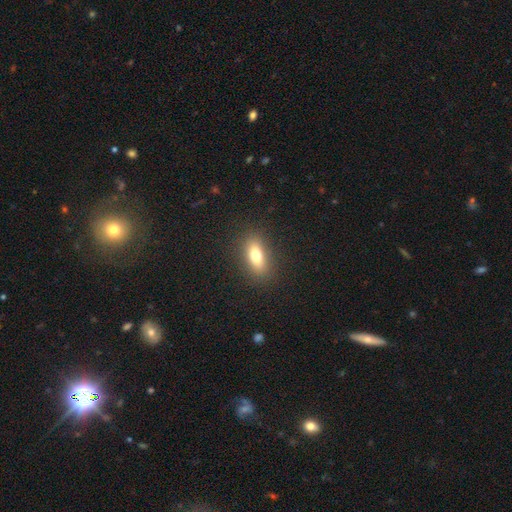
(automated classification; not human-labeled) Q: Smooth or featured?
A: smooth (74%); runner-up: featured or disk (16%)
Q: How rounded?
A: in between (76%); runner-up: cigar-shaped (16%)
Q: Merging?
A: none (87%); runner-up: minor disturbance (8%)